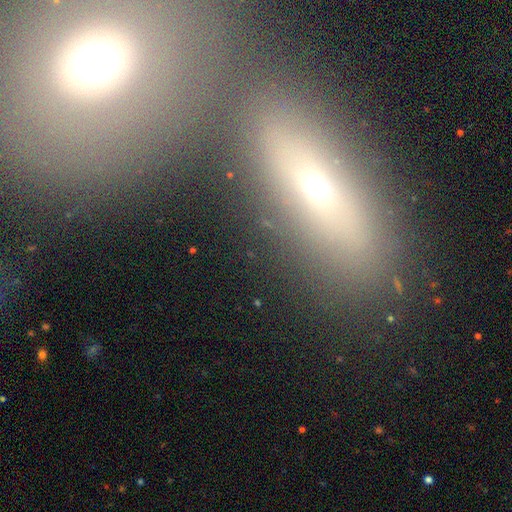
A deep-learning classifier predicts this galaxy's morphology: A smooth galaxy with no disk features (48%). Merging: none (63%).